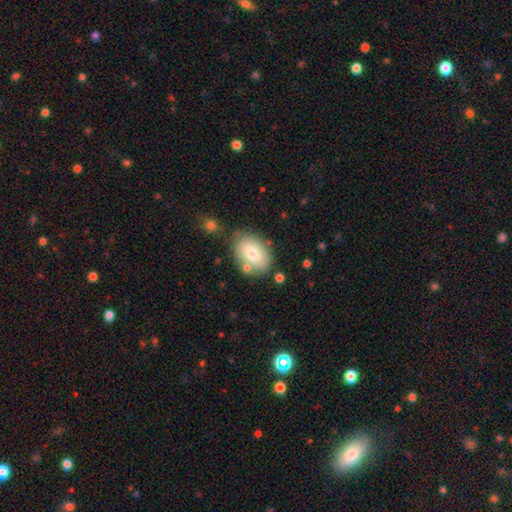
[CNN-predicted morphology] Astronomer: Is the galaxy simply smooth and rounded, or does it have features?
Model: smooth — 74%.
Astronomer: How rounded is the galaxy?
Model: in between — 81%.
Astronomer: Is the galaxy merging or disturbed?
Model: none — 72%.